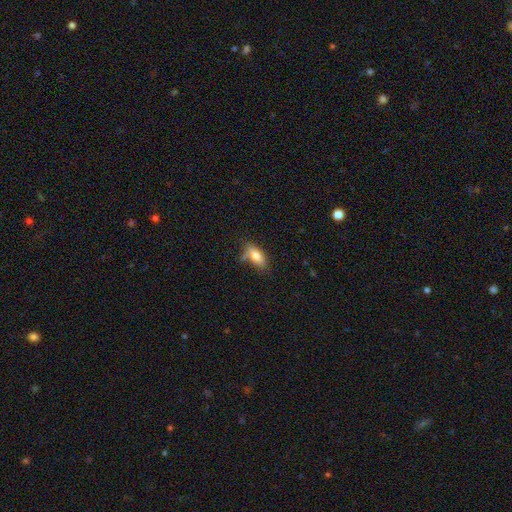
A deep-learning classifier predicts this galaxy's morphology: Smooth or featured: smooth — 78% (featured or disk — 14%)
How rounded: in between — 85% (cigar-shaped — 11%)
Merging: none — 55% (minor disturbance — 27%)